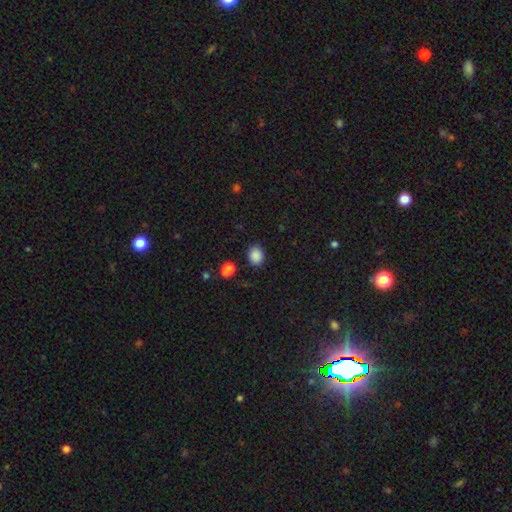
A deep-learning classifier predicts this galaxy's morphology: Q: Smooth or featured?
A: smooth (87%); runner-up: star or artifact (10%)
Q: How rounded?
A: in between (51%); runner-up: round (48%)
Q: Merging?
A: none (84%); runner-up: minor disturbance (10%)